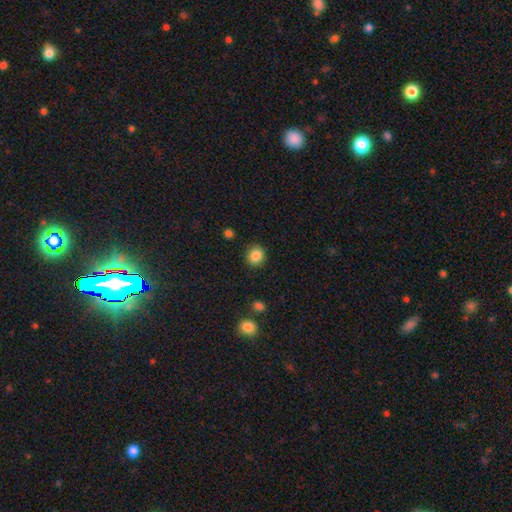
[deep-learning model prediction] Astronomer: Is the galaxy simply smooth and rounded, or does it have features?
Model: smooth — 86%.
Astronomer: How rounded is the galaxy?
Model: round — 79%.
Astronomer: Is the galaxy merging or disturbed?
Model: none — 88%.